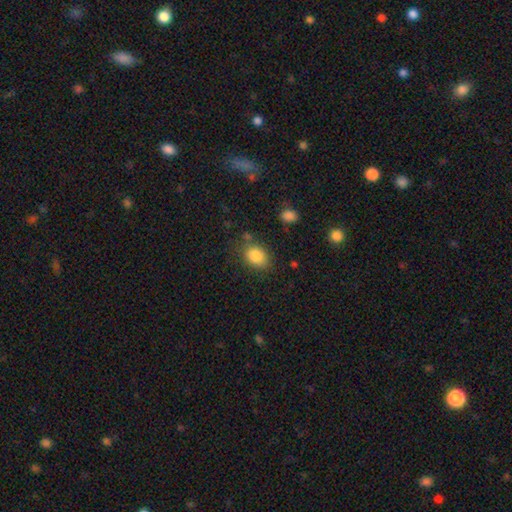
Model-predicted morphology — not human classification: Q: Smooth or featured?
A: smooth (85%); runner-up: star or artifact (9%)
Q: How rounded?
A: in between (70%); runner-up: round (29%)
Q: Merging?
A: none (76%); runner-up: minor disturbance (16%)